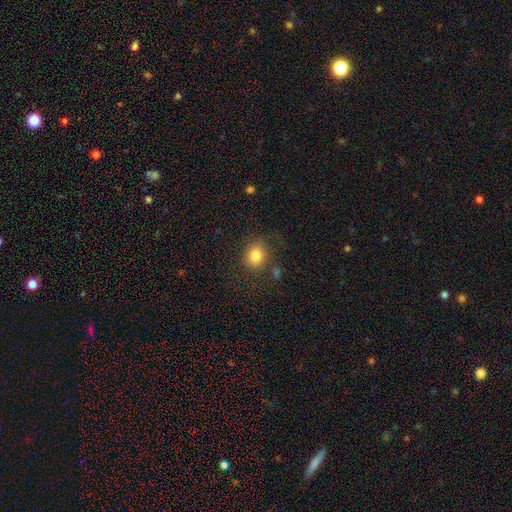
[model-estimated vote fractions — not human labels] smooth-or-featured: smooth: 81% | star or artifact: 11% | featured or disk: 8%
  how-rounded: round: 63% | in between: 37% | cigar-shaped: 1%
  merging: none: 79% | minor disturbance: 12% | major disturbance: 5% | merger: 4%